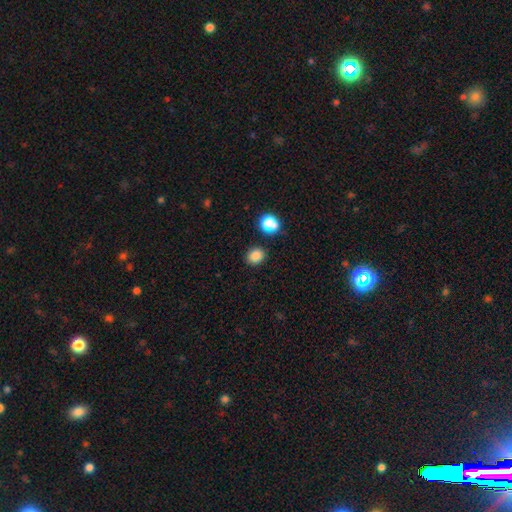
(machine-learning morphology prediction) smooth-or-featured: smooth: 85% | star or artifact: 12% | featured or disk: 3%
  how-rounded: round: 68% | in between: 31% | cigar-shaped: 1%
  merging: none: 86% | minor disturbance: 8% | merger: 3% | major disturbance: 2%